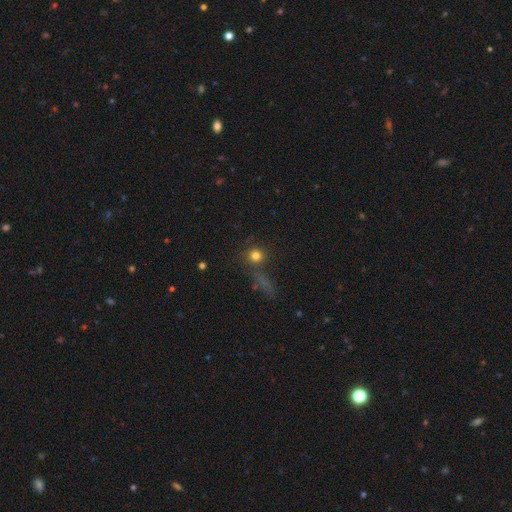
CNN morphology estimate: The model was most divided on "smooth or featured": smooth: 78%, star or artifact: 15%, featured or disk: 8%. More confident: how rounded — round (90%); merging — none (77%).